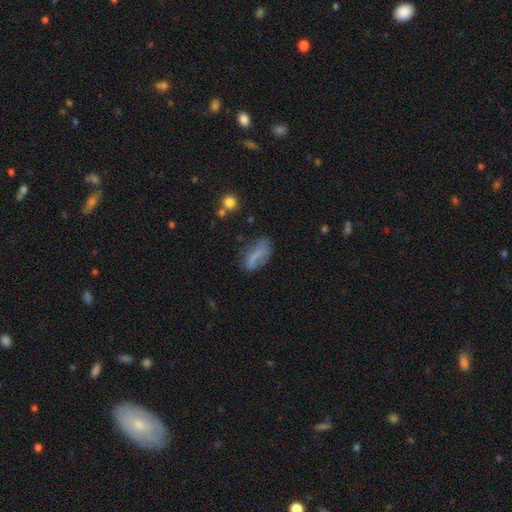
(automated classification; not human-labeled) Smooth or featured? Predicted: smooth (p=0.67). How rounded? Predicted: in between (p=0.73). Merging? Predicted: none (p=0.49).